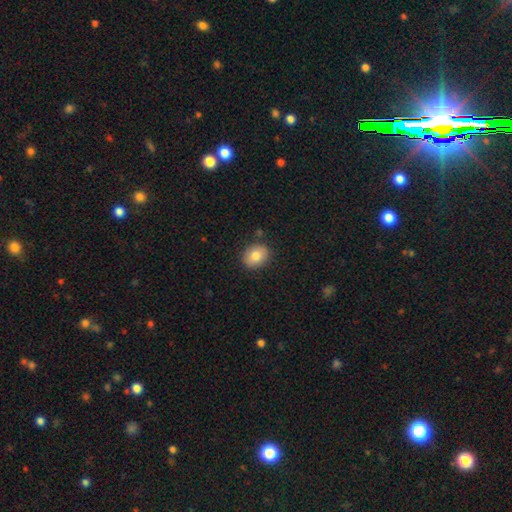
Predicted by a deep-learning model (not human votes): Smooth or featured? smooth (81%)
How rounded? in between (50%, tied with round)
Merging? none (87%)